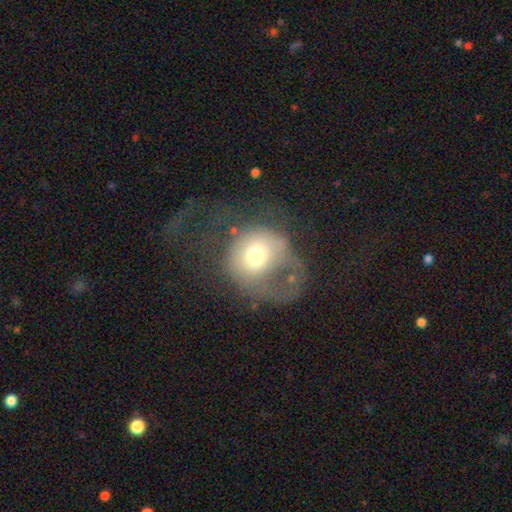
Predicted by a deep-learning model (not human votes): This appears to be a smooth galaxy with no disk features (57%) that is round (76%). Merging: major disturbance (63%).